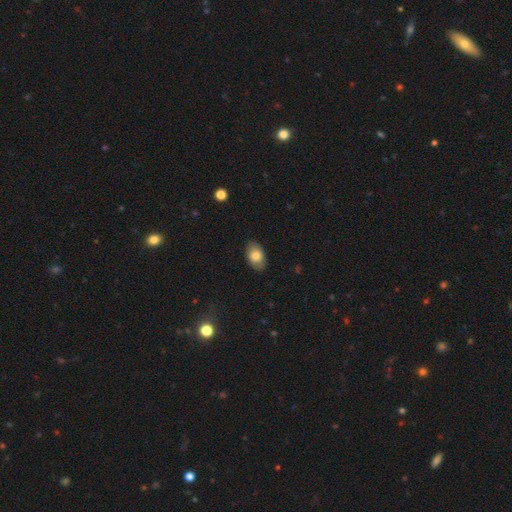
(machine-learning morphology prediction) smooth 81%, featured or disk 12%, star or artifact 7%. Down the decision tree: how rounded — in between (90%); merging — none (86%).